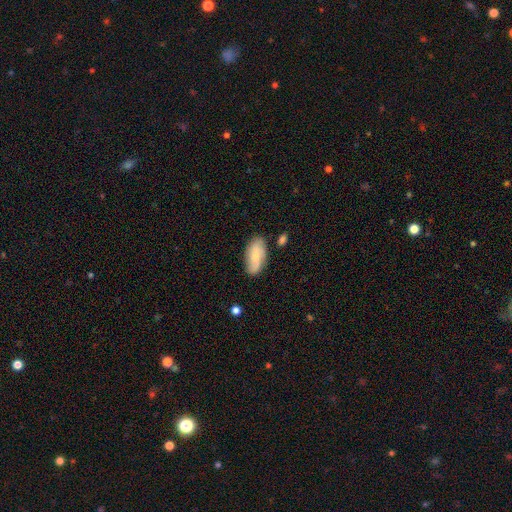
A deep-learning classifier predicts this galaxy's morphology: The model was most divided on "smooth or featured": smooth: 65%, featured or disk: 28%, star or artifact: 7%. More confident: how rounded — in between (90%); merging — none (75%).